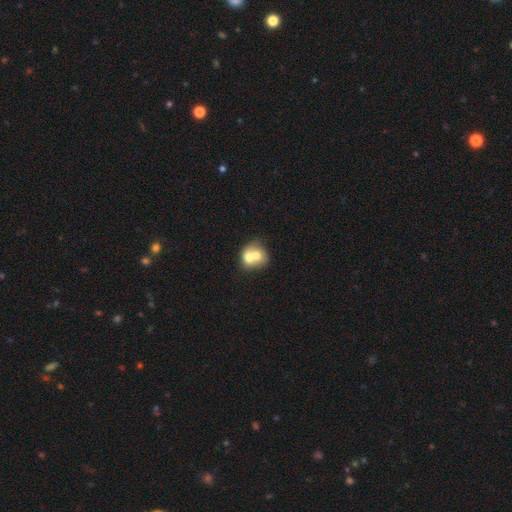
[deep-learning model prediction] Smooth or featured?
  - smooth: 64% *
  - featured or disk: 27%
  - star or artifact: 9%
How rounded?
  - round: 70% *
  - in between: 29%
  - cigar-shaped: 1%
Merging?
  - merger: 69% *
  - none: 23%
  - minor disturbance: 6%
  - major disturbance: 2%